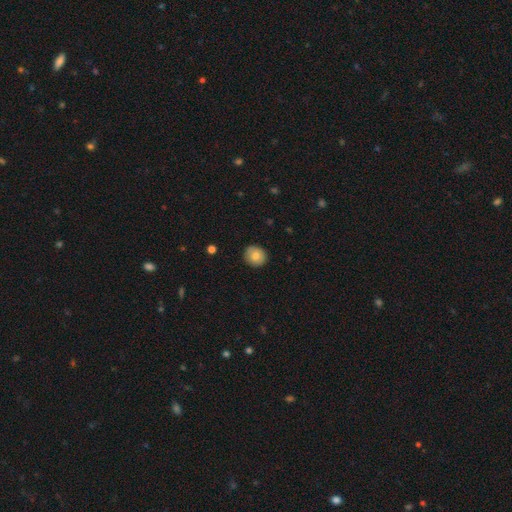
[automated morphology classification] Smooth or featured: smooth — 78% (featured or disk — 14%)
How rounded: round — 84% (in between — 15%)
Merging: none — 88% (minor disturbance — 9%)